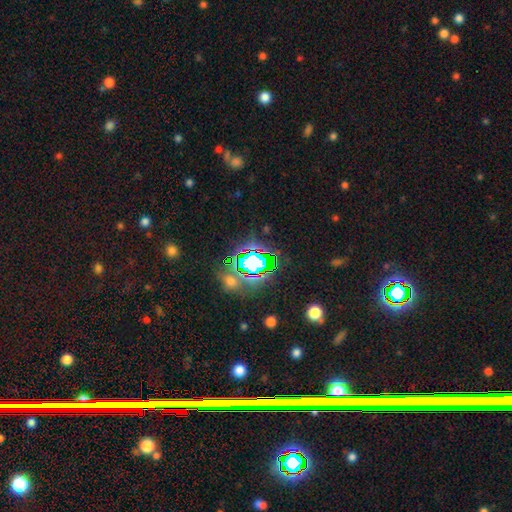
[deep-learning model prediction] Smooth or featured: star or artifact — 74% (smooth — 16%)